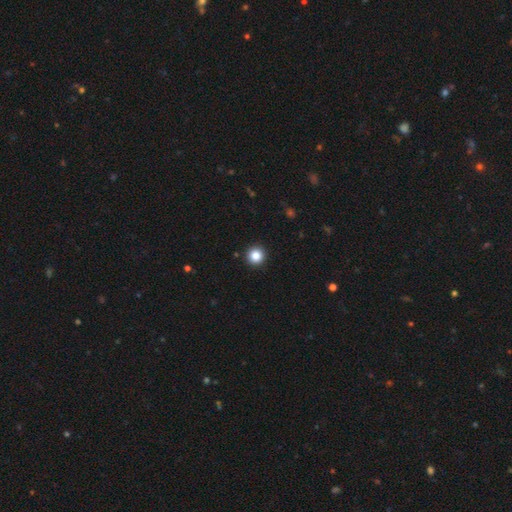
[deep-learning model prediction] This appears to be a smooth galaxy with no disk features (86%) that is round (95%). Merging: none (93%).